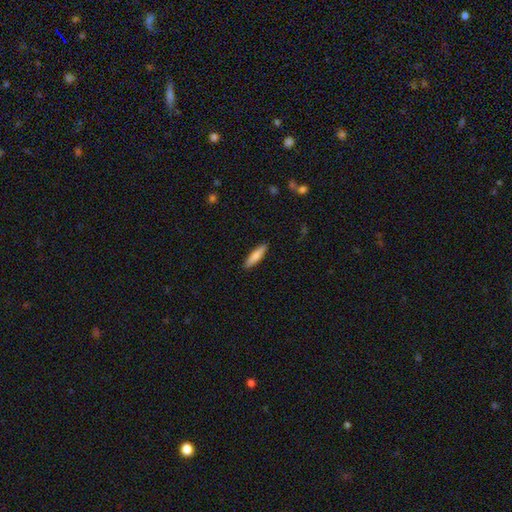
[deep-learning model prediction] Overall: smooth (80%). How rounded: cigar-shaped (75%). Merging: none (90%).